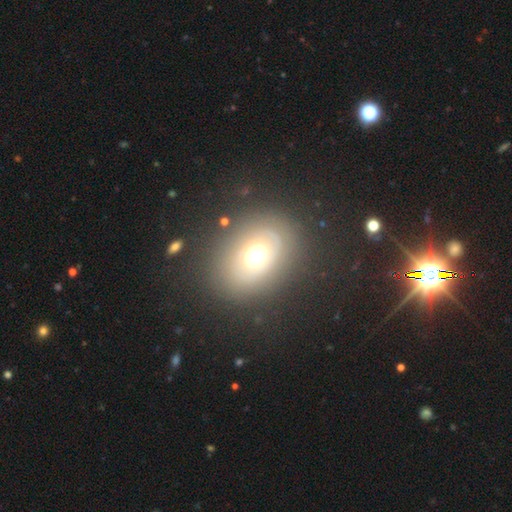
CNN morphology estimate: This is possibly a smooth galaxy (50%). Merging: clearly none (82%).